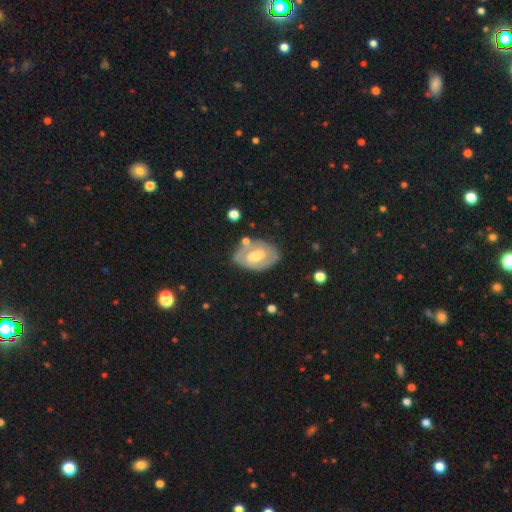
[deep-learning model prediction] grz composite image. It shows a featured or disk galaxy (63%) with a weak bar (41%), no spiral arms (55%) and a moderate central bulge (61%). Merging: none (67%).